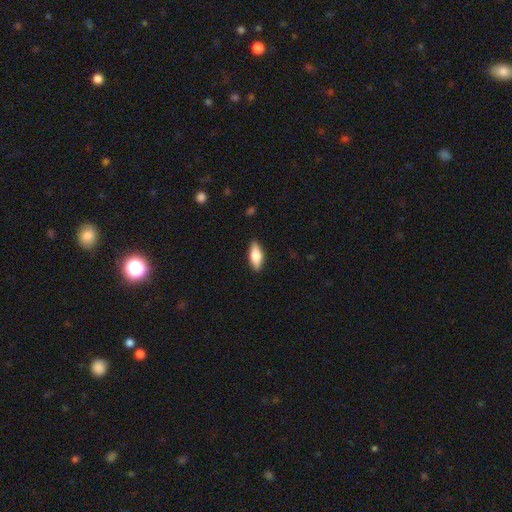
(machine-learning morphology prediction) smooth-or-featured: smooth: 68% | featured or disk: 26% | star or artifact: 6%
  how-rounded: in between: 74% | cigar-shaped: 23% | round: 3%
  merging: none: 88% | minor disturbance: 9% | major disturbance: 2% | merger: 1%